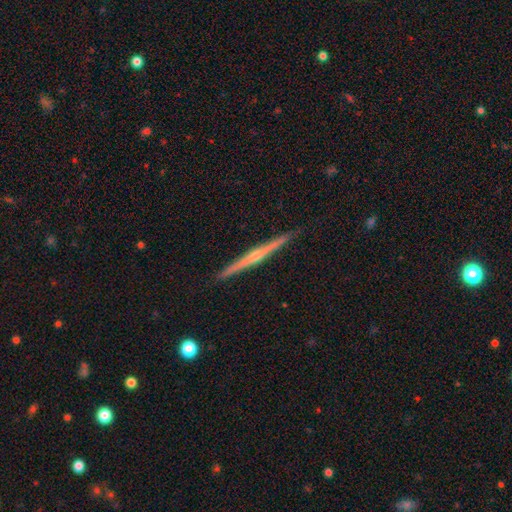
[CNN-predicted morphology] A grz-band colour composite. It shows a featured or disk galaxy (78%) viewed edge-on (99%) with a rounded central bulge (69%). Merging: none (92%).